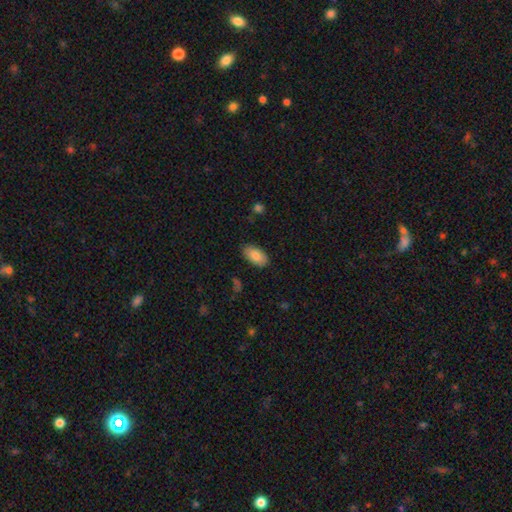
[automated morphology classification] Smooth or featured? smooth (85%)
How rounded? in between (95%)
Merging? none (84%)